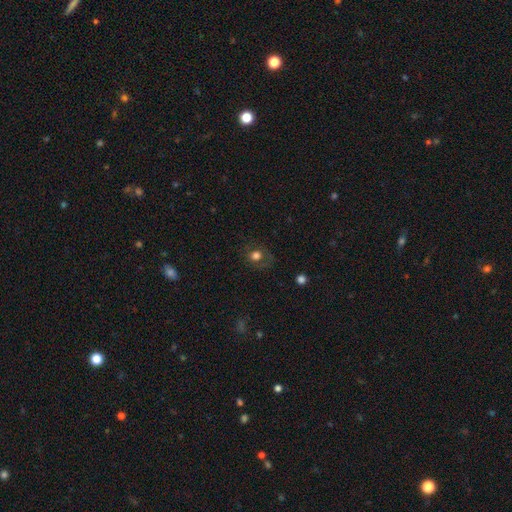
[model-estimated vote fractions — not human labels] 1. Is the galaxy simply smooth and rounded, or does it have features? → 69% smooth, 16% featured or disk, 15% star or artifact.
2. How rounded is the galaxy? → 71% round, 28% in between, 1% cigar-shaped.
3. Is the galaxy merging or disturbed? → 71% none, 16% minor disturbance, 11% major disturbance, 2% merger.